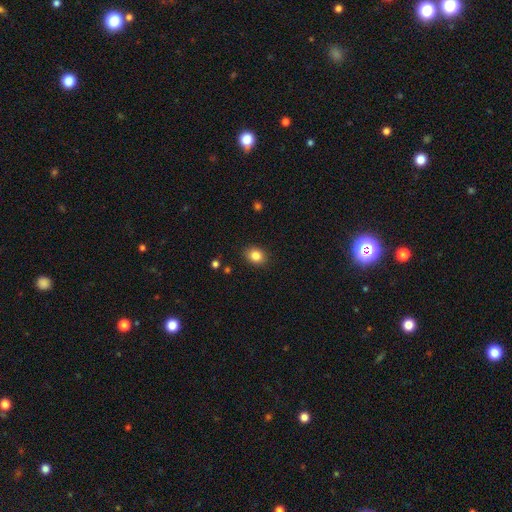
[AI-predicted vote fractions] The model was most divided on "how rounded": in between: 51%, round: 48%, cigar-shaped: 1%. More confident: merging — none (88%); smooth or featured — smooth (84%).